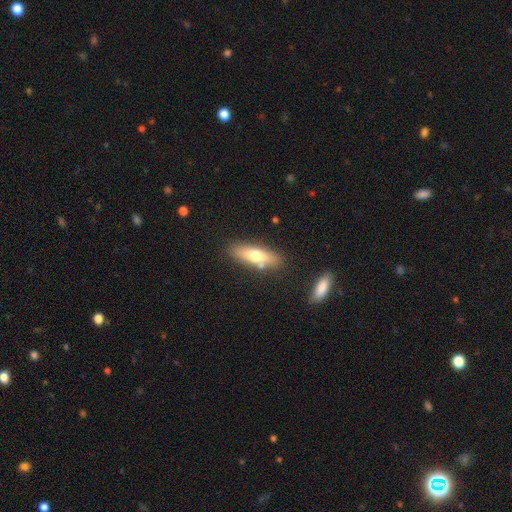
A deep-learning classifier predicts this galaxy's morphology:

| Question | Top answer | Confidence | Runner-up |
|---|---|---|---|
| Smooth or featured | smooth | 62% | featured or disk (31%) |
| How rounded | cigar-shaped | 50% | in between (47%) |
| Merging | none | 79% | minor disturbance (12%) |